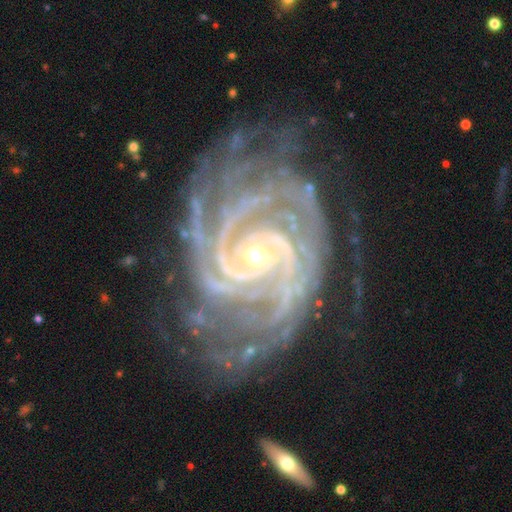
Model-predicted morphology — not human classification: The model was most divided on "spiral arm count": 2: 25%, 4: 20%, 3: 19%, more than 4: 15%, can't tell: 13%, 1: 9%. More confident: spiral arms — yes (99%); edge-on disk — no (98%); smooth or featured — featured or disk (93%); spiral winding — tight (77%); bulge size — small (75%); merging — none (67%); bar — no (59%).